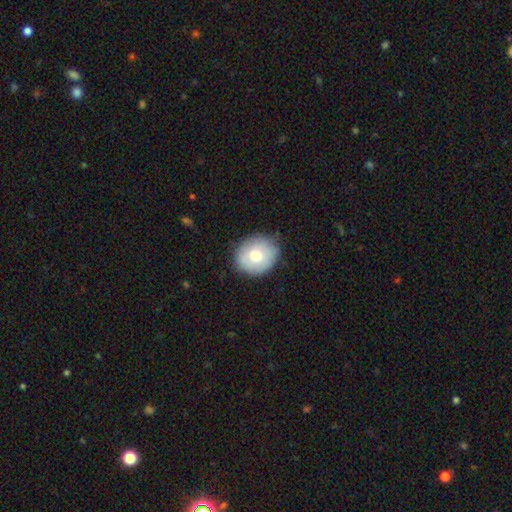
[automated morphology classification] Q: Smooth or featured?
A: smooth (70%); runner-up: featured or disk (22%)
Q: How rounded?
A: round (68%); runner-up: in between (31%)
Q: Merging?
A: none (81%); runner-up: minor disturbance (15%)